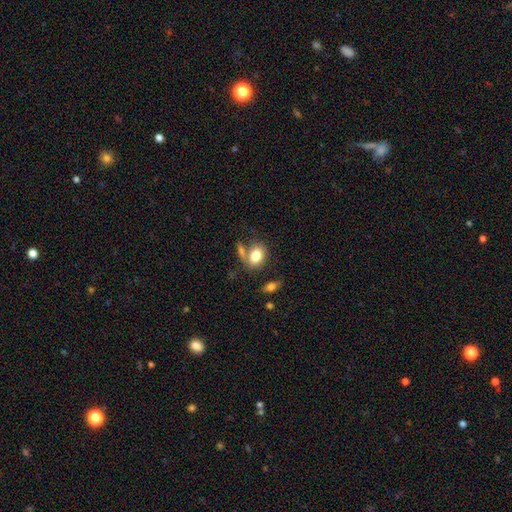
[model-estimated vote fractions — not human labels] This is likely a smooth galaxy (79%). How rounded: likely in between (67%). Merging: possibly none (52%).